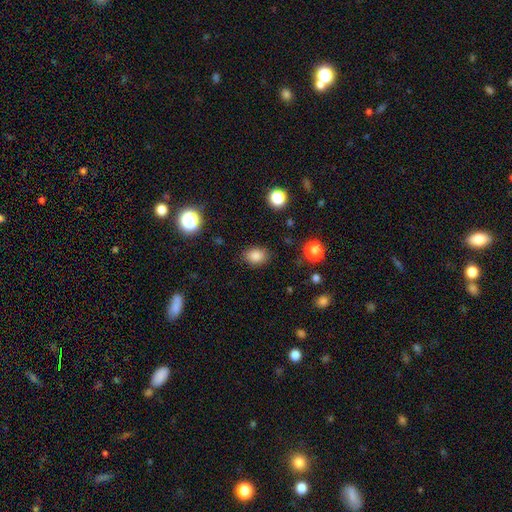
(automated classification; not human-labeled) smooth_or_featured: smooth (p=0.84) [alt: star or artifact p=0.11]
how_rounded: in between (p=0.68) [alt: round p=0.31]
merging: none (p=0.84) [alt: minor disturbance p=0.11]